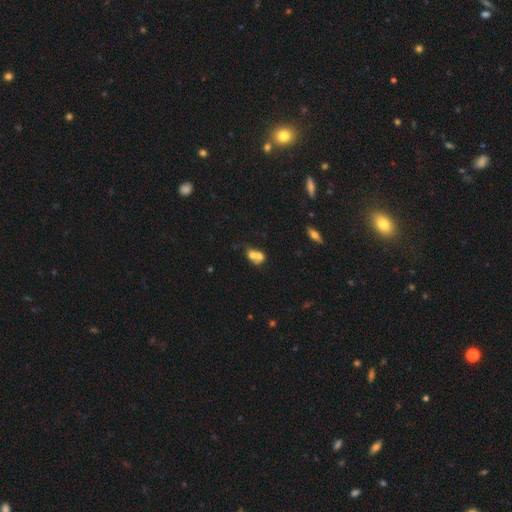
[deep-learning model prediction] Q: Smooth or featured?
A: smooth (60%); runner-up: featured or disk (27%)
Q: How rounded?
A: round (50%); runner-up: in between (48%)
Q: Merging?
A: merger (66%); runner-up: none (23%)